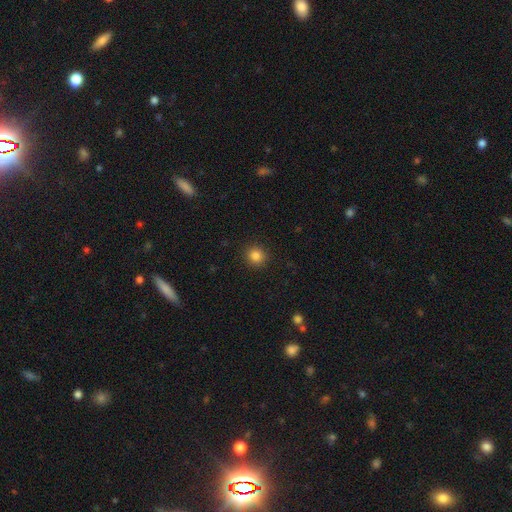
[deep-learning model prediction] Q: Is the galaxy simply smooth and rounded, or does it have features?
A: smooth — 84%.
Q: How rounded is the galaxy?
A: round — 92%.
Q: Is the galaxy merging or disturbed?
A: none — 92%.